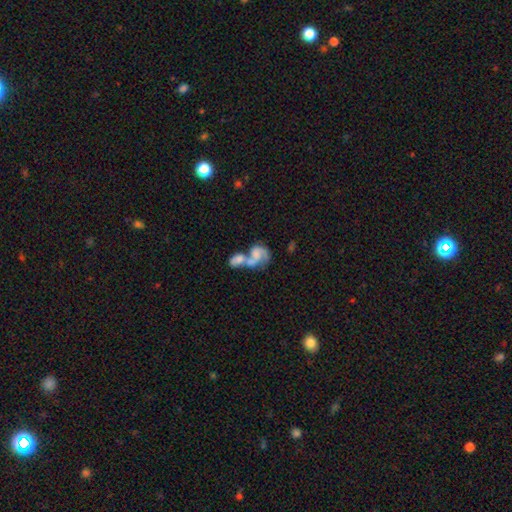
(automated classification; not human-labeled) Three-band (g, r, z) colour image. It shows a featured or disk galaxy (58%) with no bar (73%), spiral arms (69%) and no central bulge (45%). Merging: merger (75%).